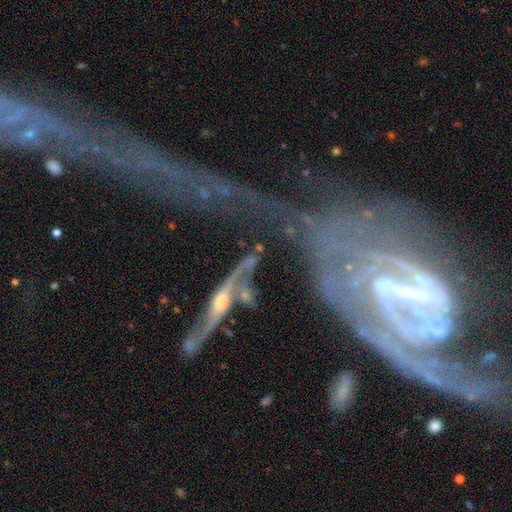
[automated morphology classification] Smooth or featured? Predicted: featured or disk (p=0.78). Edge-on disk? Predicted: no (p=0.73). Bar? Predicted: strong (p=0.36). Spiral arms? Predicted: yes (p=0.75). Bulge size? Predicted: small (p=0.42). Merging? Predicted: merger (p=0.30).